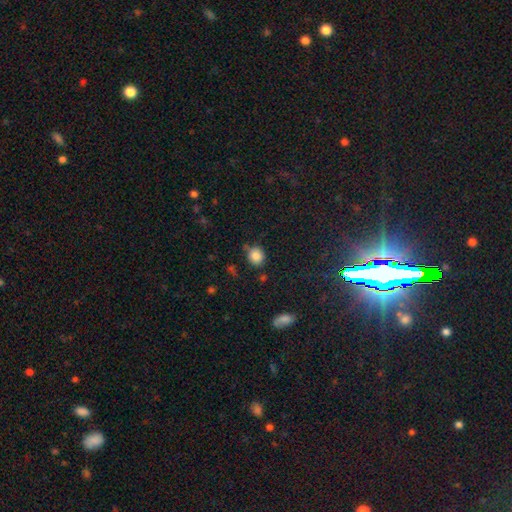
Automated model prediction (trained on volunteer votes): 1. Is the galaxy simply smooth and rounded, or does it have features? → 85% smooth, 10% star or artifact, 4% featured or disk.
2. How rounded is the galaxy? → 78% round, 21% in between, 1% cigar-shaped.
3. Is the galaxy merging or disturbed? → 74% none, 17% minor disturbance, 5% merger, 4% major disturbance.